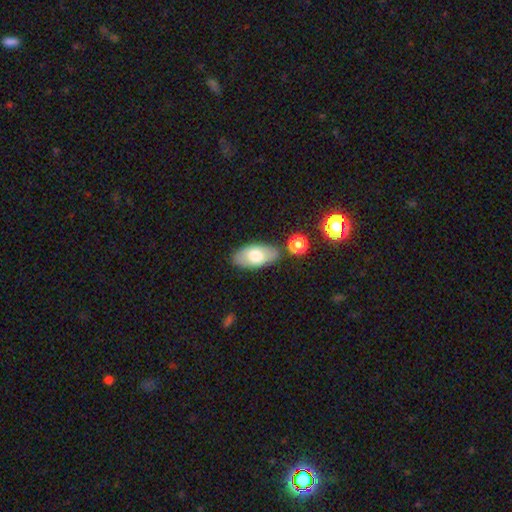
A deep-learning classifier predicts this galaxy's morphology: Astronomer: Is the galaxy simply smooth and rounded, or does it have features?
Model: smooth — 70%.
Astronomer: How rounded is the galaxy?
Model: in between — 92%.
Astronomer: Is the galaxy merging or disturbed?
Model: none — 77%.